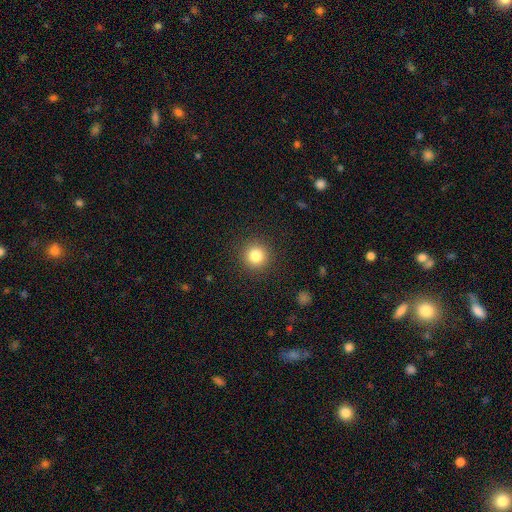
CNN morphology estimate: This appears to be a smooth galaxy with no disk features (82%) that is round (95%). Merging: none (91%).